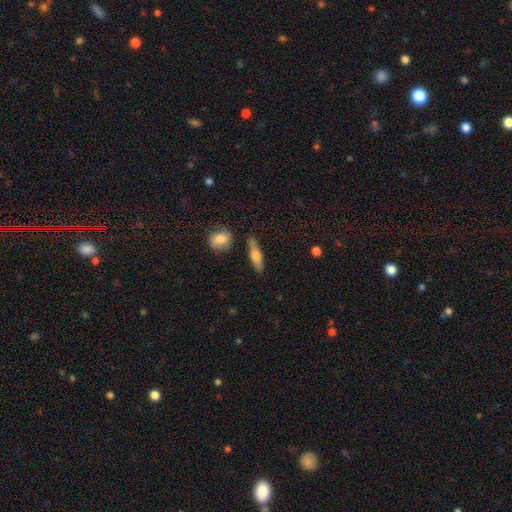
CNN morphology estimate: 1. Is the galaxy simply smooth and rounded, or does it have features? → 67% smooth, 26% featured or disk, 6% star or artifact.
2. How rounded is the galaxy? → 61% cigar-shaped, 36% in between, 3% round.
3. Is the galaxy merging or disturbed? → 79% none, 13% minor disturbance, 5% merger, 3% major disturbance.